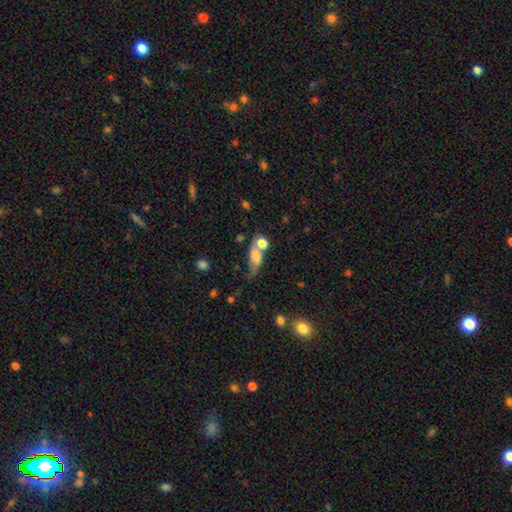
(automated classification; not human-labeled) smooth 64%, featured or disk 25%, star or artifact 11%. Down the decision tree: how rounded — in between (66%); merging — merger (35%).